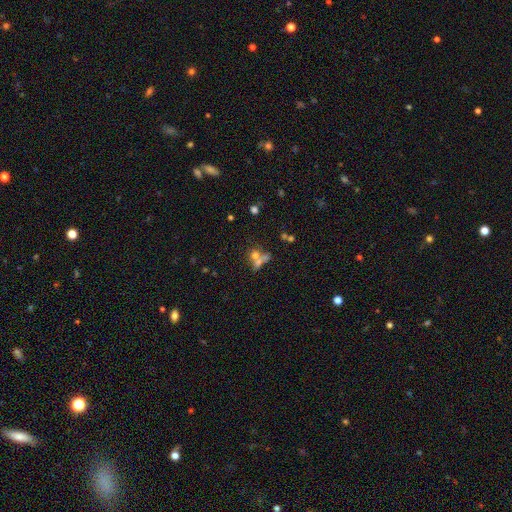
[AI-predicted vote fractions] Smooth or featured? smooth (53%)
How rounded? round (67%)
Merging? merger (54%)